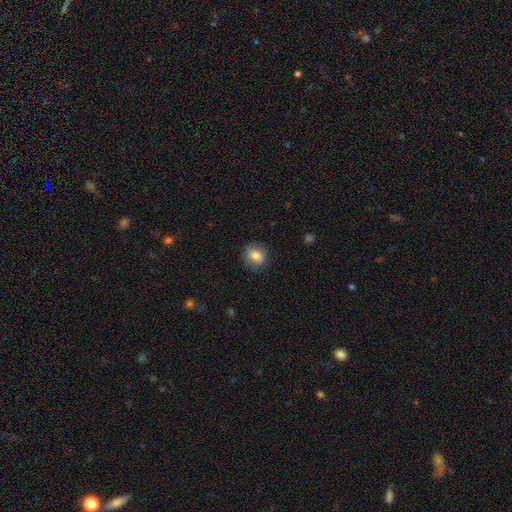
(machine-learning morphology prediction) Overall: smooth (77%). How rounded: round (66%; in between 32%). Merging: none (82%).